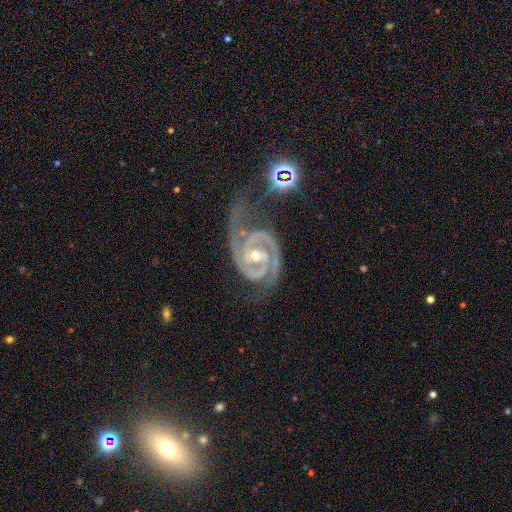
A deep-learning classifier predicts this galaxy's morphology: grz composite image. It shows a featured or disk galaxy (93%) with no bar (40%), 2 (90%) tight (58%) spiral arms (99%) and a moderate central bulge (55%). Merging: none (58%).